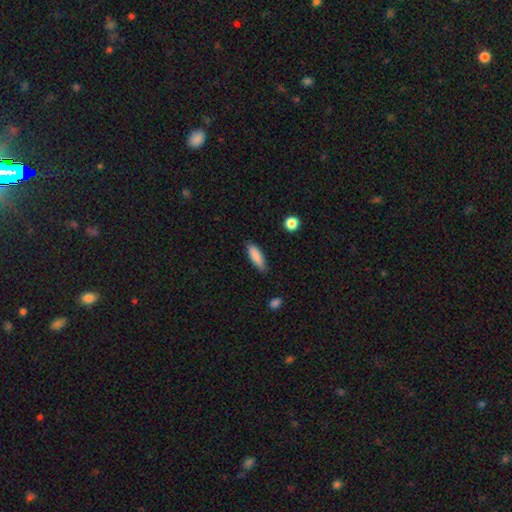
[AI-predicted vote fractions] smooth_or_featured: smooth (p=0.86) [alt: featured or disk p=0.08]
how_rounded: cigar-shaped (p=0.52) [alt: in between p=0.46]
merging: none (p=0.80) [alt: minor disturbance p=0.16]